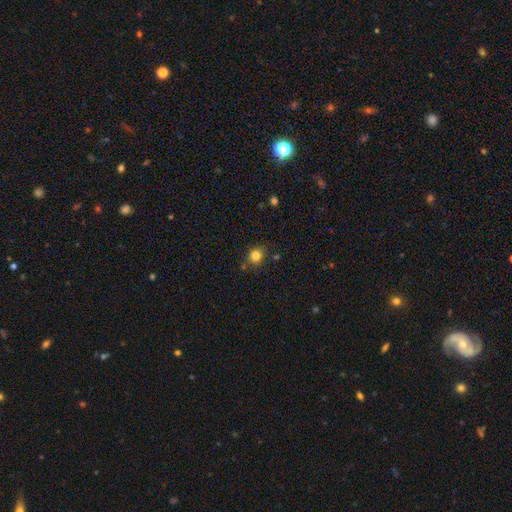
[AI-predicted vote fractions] Q: Smooth or featured?
A: smooth (82%); runner-up: star or artifact (13%)
Q: How rounded?
A: round (80%); runner-up: in between (19%)
Q: Merging?
A: none (80%); runner-up: minor disturbance (12%)